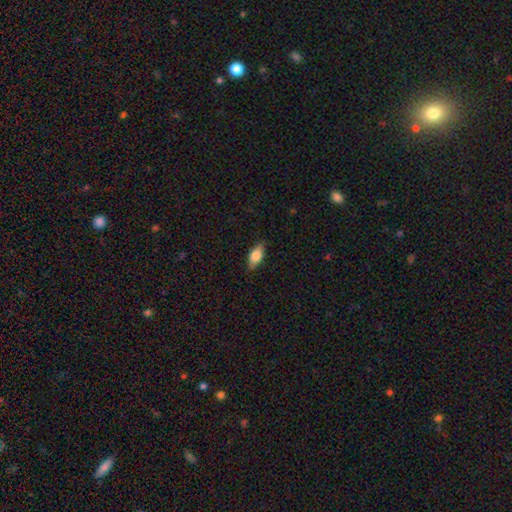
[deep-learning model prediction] This is likely a smooth galaxy (73%). How rounded: clearly in between (83%). Merging: clearly none (84%).